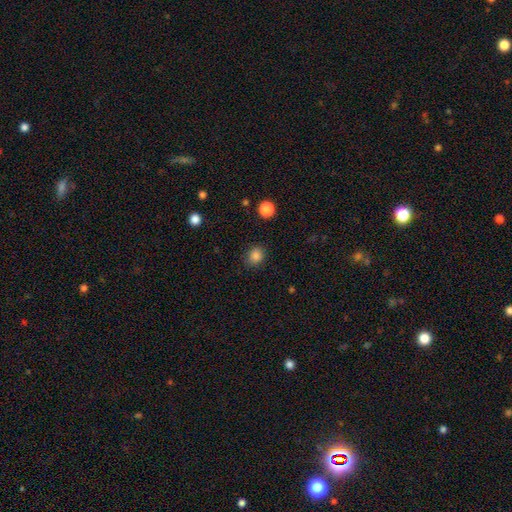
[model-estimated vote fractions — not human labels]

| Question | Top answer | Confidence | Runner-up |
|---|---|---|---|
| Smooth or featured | smooth | 84% | star or artifact (12%) |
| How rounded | round | 75% | in between (24%) |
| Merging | none | 86% | minor disturbance (10%) |